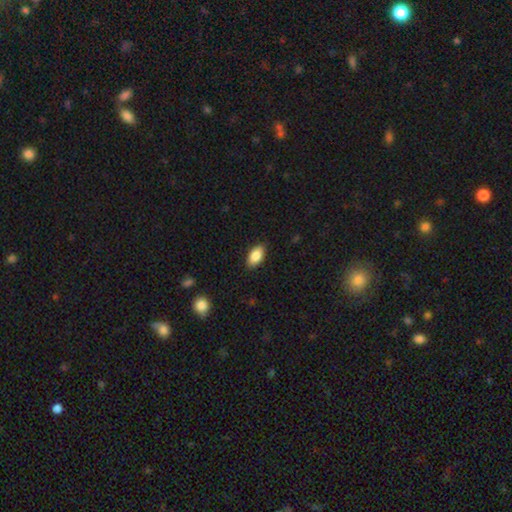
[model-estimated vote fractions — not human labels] This is clearly a smooth galaxy (87%). How rounded: clearly in between (93%). Merging: clearly none (87%).